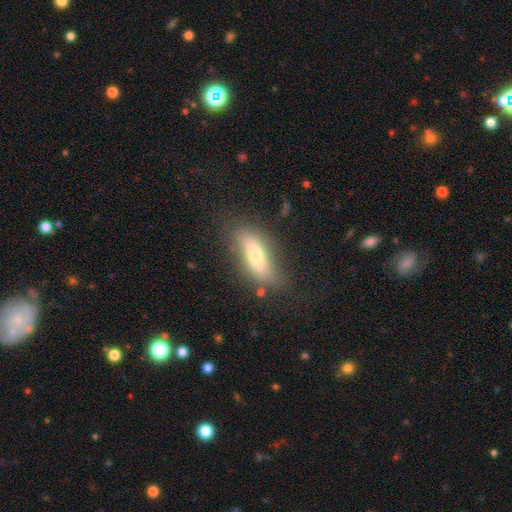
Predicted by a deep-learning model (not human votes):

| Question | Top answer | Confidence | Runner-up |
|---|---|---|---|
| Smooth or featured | smooth | 61% | featured or disk (31%) |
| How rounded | in between | 55% | cigar-shaped (42%) |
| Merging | none | 73% | minor disturbance (18%) |